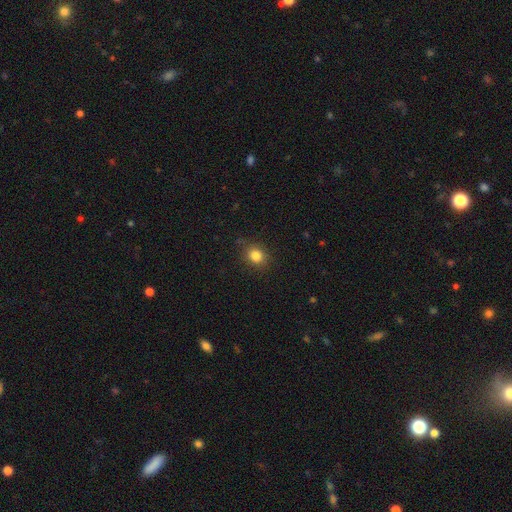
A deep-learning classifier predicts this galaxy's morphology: Smooth or featured? smooth (83%)
How rounded? round (68%)
Merging? none (83%)